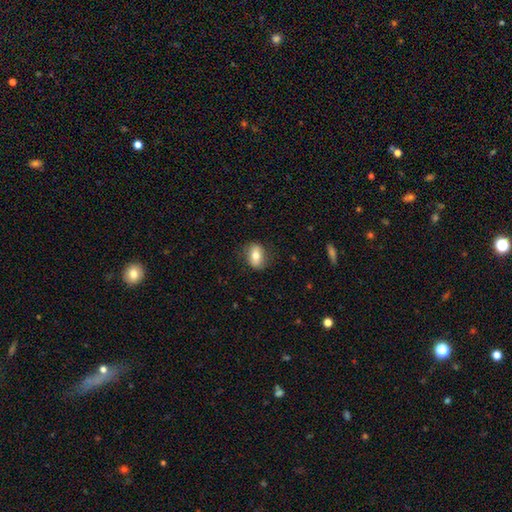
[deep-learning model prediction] This is likely a smooth galaxy (72%). How rounded: likely in between (78%). Merging: likely none (80%).